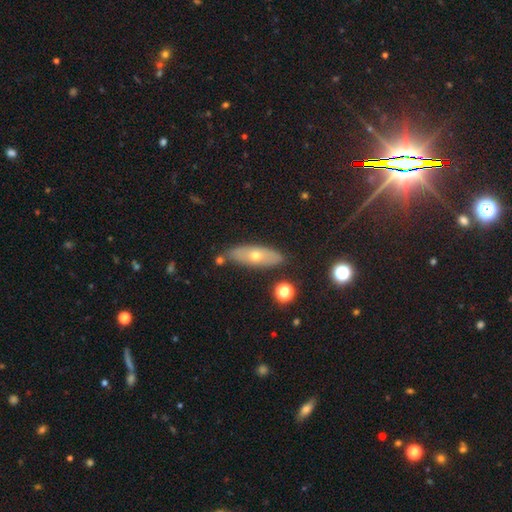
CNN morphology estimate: Overall: smooth (50%; featured or disk 41%). How rounded: in between (56%; cigar-shaped 40%). Merging: none (82%).